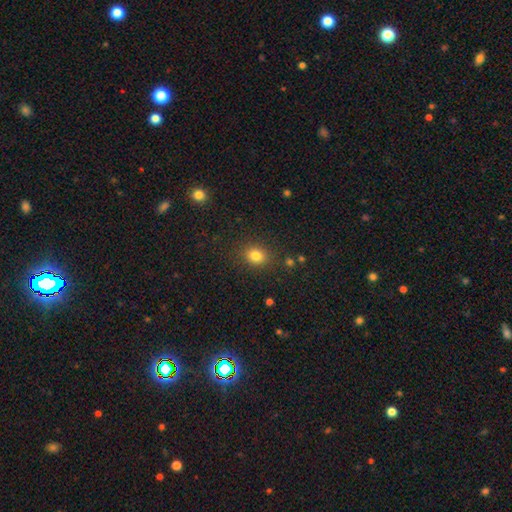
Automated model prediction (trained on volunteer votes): Overall: smooth (81%). How rounded: round (61%; in between 39%). Merging: none (86%).